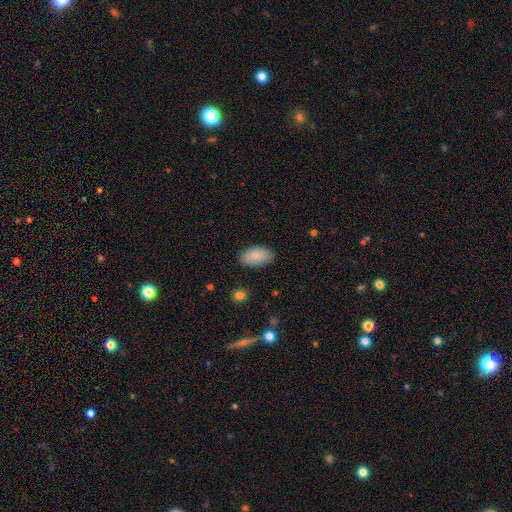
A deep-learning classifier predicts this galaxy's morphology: This appears to be a smooth galaxy with no disk features (88%) that is in between round and cigar-shaped (95%). Merging: none (85%).